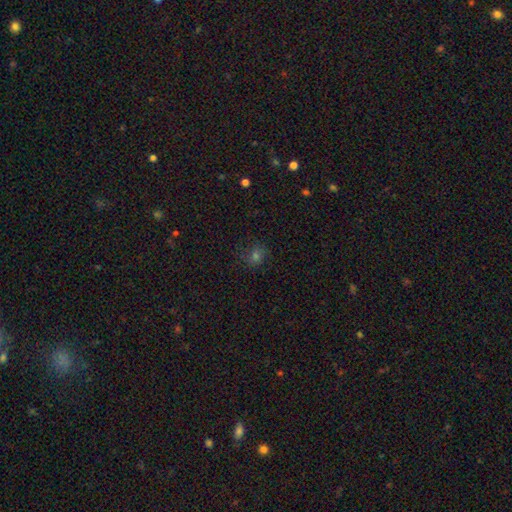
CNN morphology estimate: type=smooth (62%); roundness=round (70%); merging=none (76%).